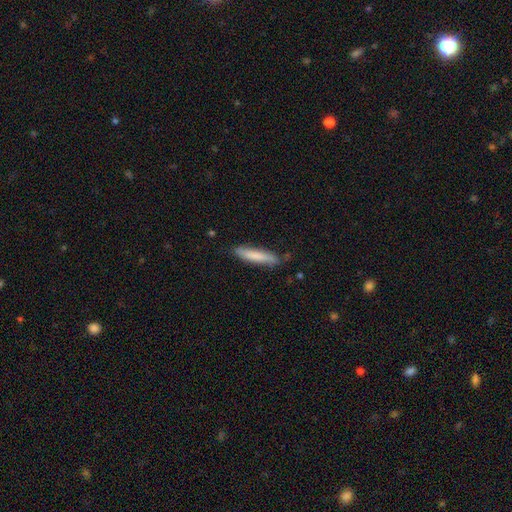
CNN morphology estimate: Smooth or featured? smooth (78%)
How rounded? cigar-shaped (89%)
Merging? none (80%)